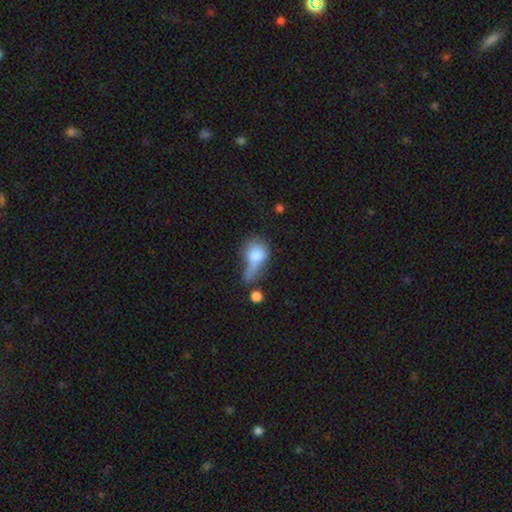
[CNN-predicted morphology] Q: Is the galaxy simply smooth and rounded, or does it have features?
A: smooth — 70%.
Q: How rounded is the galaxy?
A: in between — 54%.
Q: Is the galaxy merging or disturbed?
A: major disturbance — 35%.